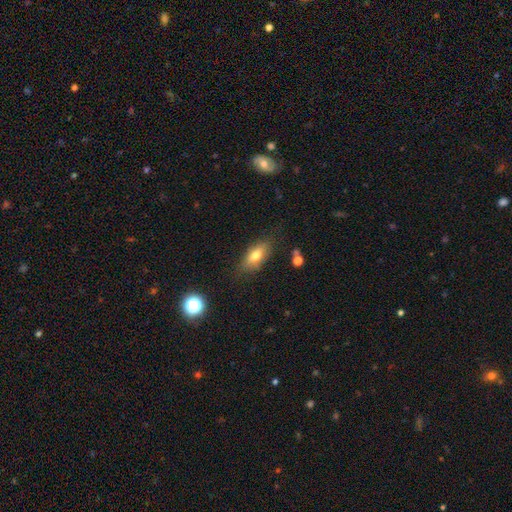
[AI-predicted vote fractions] A smooth galaxy with no disk features (72%) that is in between round and cigar-shaped (82%).

Vote fractions:
- Smooth or featured? smooth: 72% / featured or disk: 19% / star or artifact: 9%
- How rounded? in between: 82% / cigar-shaped: 13% / round: 5%
- Merging? none: 77% / minor disturbance: 17% / major disturbance: 4% / merger: 2%